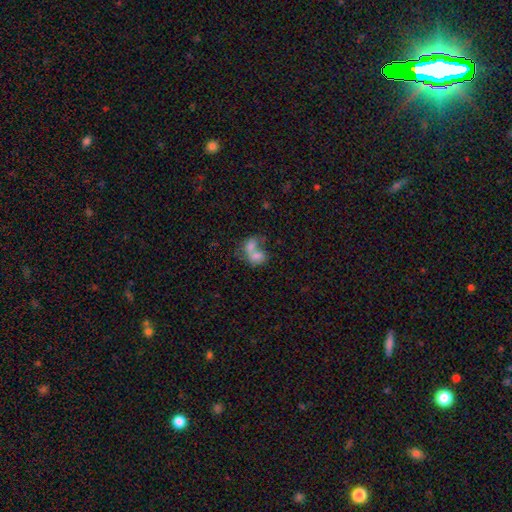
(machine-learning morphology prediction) Smooth or featured: smooth — 68% (featured or disk — 22%)
How rounded: in between — 71% (round — 28%)
Merging: merger — 75% (none — 13%)